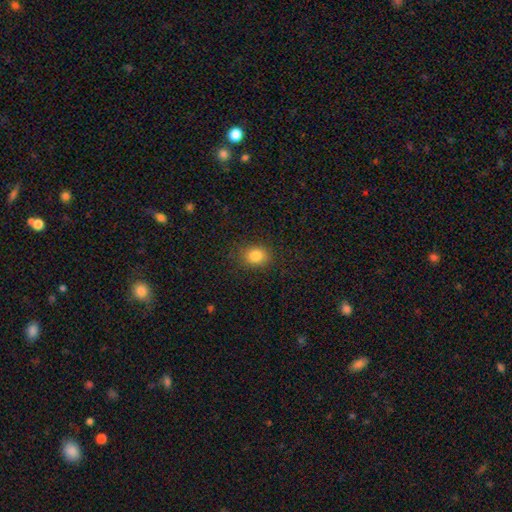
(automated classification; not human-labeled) A smooth galaxy with no disk features (83%) that is round (53%). Merging: none (86%).